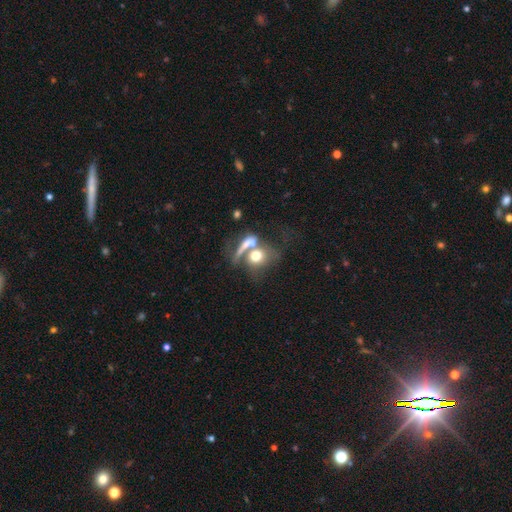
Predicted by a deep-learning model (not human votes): A smooth galaxy with no disk features (59%) that is round (57%).

Vote fractions:
- Smooth or featured? smooth: 59% / featured or disk: 29% / star or artifact: 11%
- How rounded? round: 57% / in between: 38% / cigar-shaped: 6%
- Merging? merger: 54% / none: 21% / major disturbance: 16% / minor disturbance: 8%